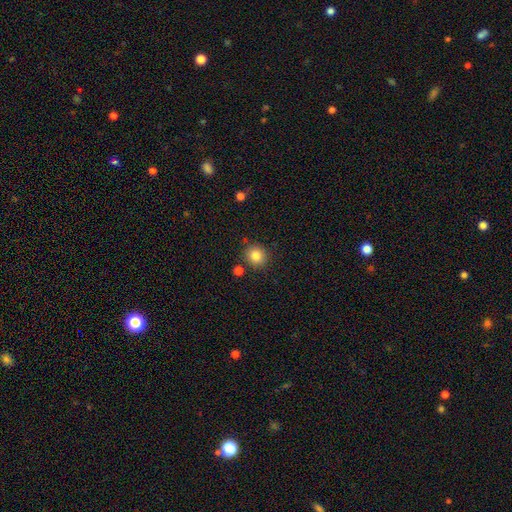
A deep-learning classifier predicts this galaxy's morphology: Q: Smooth or featured?
A: smooth (84%); runner-up: star or artifact (11%)
Q: How rounded?
A: round (88%); runner-up: in between (11%)
Q: Merging?
A: none (85%); runner-up: minor disturbance (8%)